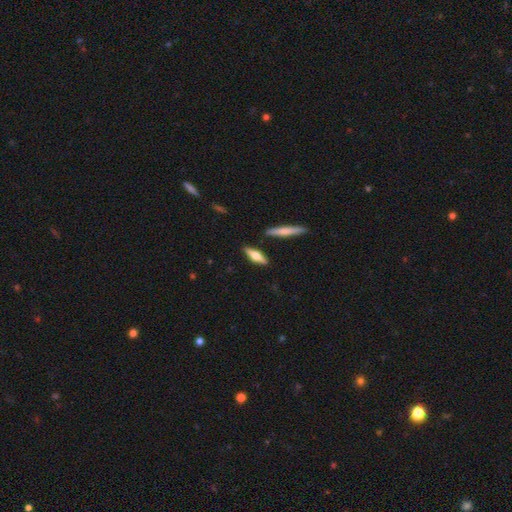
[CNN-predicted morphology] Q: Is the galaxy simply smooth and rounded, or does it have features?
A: smooth — 49%.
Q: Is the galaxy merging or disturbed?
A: none — 86%.